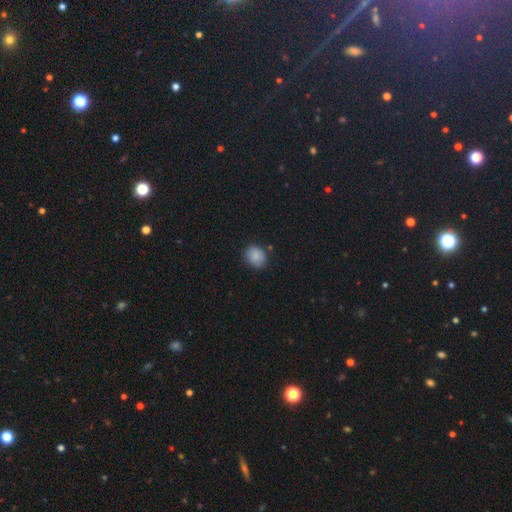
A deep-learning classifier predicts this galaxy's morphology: This is clearly a smooth galaxy (85%). How rounded: likely round (63%). Merging: clearly none (80%).